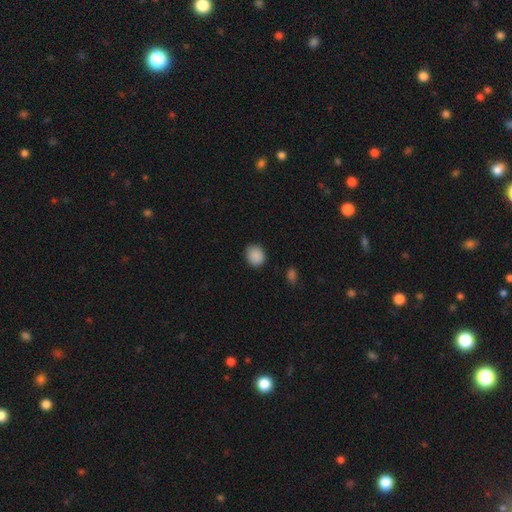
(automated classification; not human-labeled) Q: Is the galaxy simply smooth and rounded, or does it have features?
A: smooth — 89%.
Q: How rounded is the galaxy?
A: round — 72%.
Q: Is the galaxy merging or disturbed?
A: none — 87%.